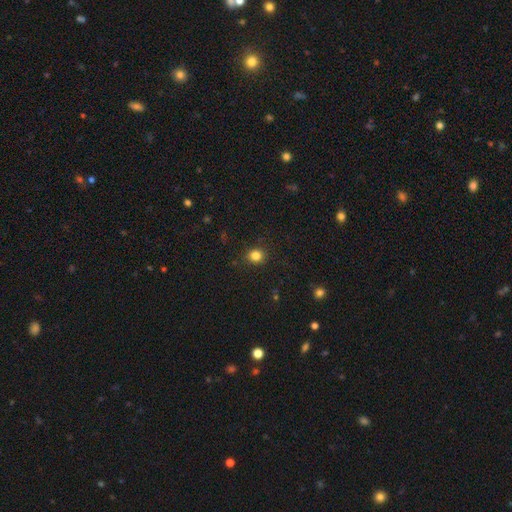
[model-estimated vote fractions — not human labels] smooth 83%, star or artifact 13%, featured or disk 5%. Down the decision tree: how rounded — round (83%); merging — none (89%).